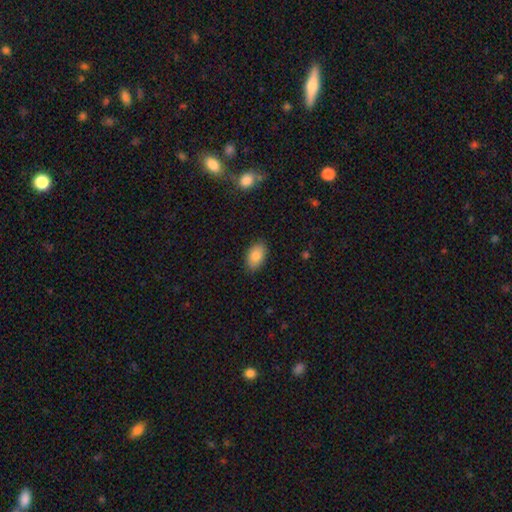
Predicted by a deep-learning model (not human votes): This appears to be a smooth galaxy with no disk features (84%) that is in between round and cigar-shaped (91%). Merging: none (86%).